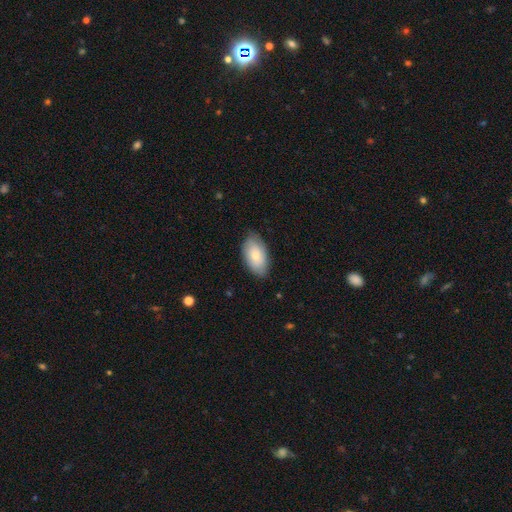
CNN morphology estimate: Smooth or featured? Predicted: smooth (p=0.77). How rounded? Predicted: in between (p=0.94). Merging? Predicted: none (p=0.82).